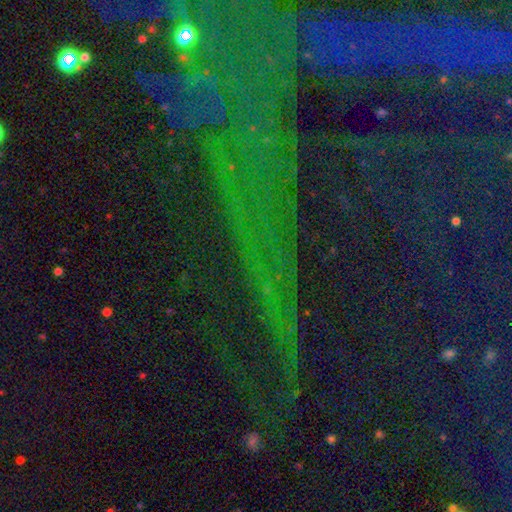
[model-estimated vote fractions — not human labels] This appears to be a star or artifact, not a galaxy (78%).